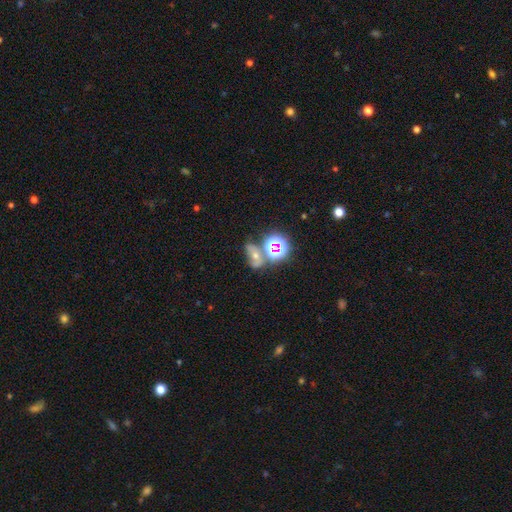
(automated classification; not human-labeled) Q: Smooth or featured?
A: star or artifact (48%); runner-up: smooth (28%)